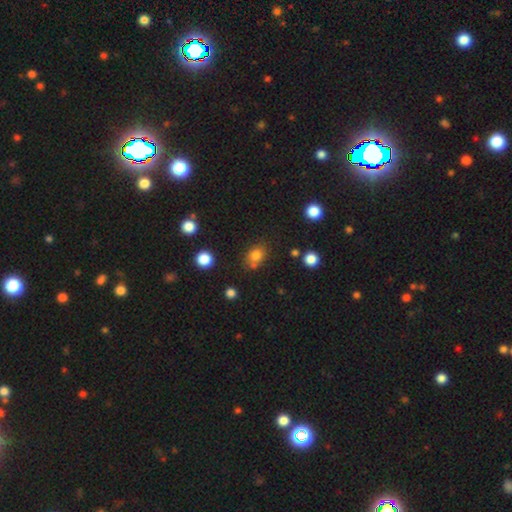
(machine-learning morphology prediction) smooth-or-featured: smooth: 78% | star or artifact: 13% | featured or disk: 9%
  how-rounded: in between: 60% | round: 39% | cigar-shaped: 1%
  merging: none: 64% | minor disturbance: 17% | merger: 14% | major disturbance: 5%